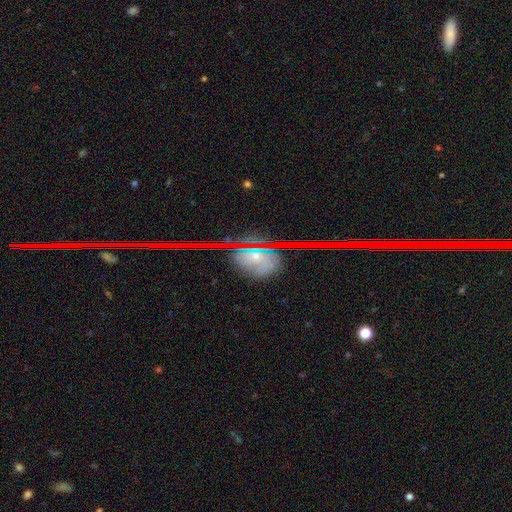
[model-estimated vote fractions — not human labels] smooth_or_featured: smooth (p=0.36) [alt: featured or disk p=0.32]
merging: none (p=0.74) [alt: minor disturbance p=0.17]